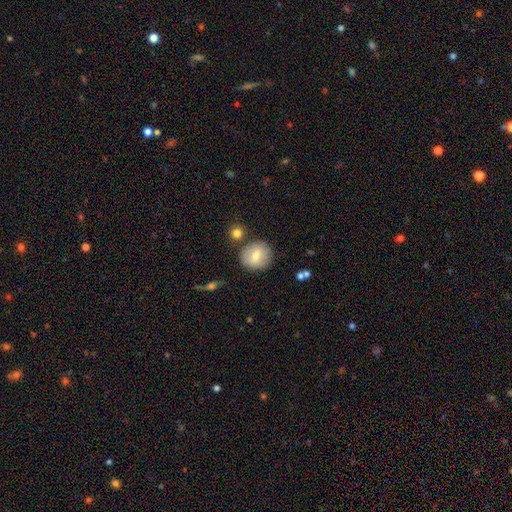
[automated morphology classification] Overall: smooth (70%). How rounded: round (87%). Merging: none (81%).